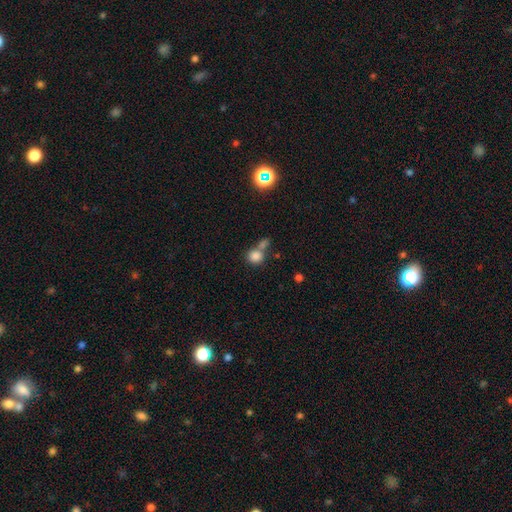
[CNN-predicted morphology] Q: Smooth or featured?
A: smooth (82%); runner-up: star or artifact (11%)
Q: How rounded?
A: round (81%); runner-up: in between (18%)
Q: Merging?
A: none (44%); runner-up: merger (41%)